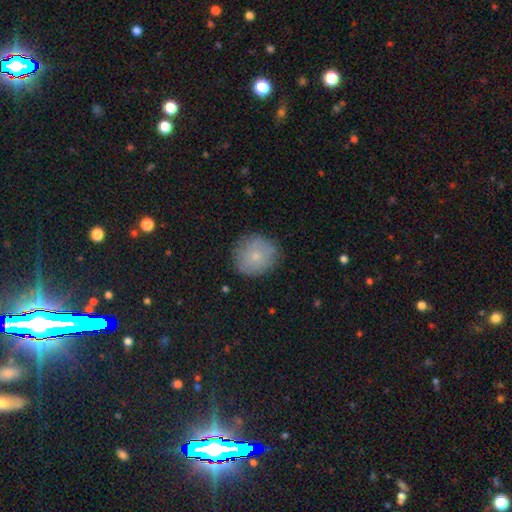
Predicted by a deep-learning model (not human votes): Smooth or featured?
  - smooth: 72% *
  - featured or disk: 19%
  - star or artifact: 9%
How rounded?
  - round: 85% *
  - in between: 13%
  - cigar-shaped: 1%
Merging?
  - none: 81% *
  - minor disturbance: 14%
  - major disturbance: 3%
  - merger: 1%